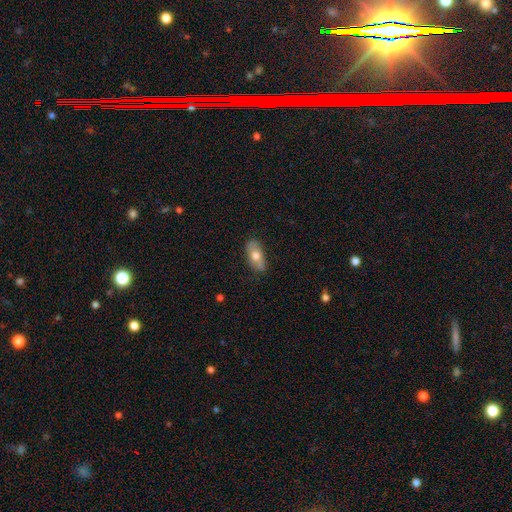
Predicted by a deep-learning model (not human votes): This appears to be a smooth galaxy with no disk features (66%) that is in between round and cigar-shaped (86%). Merging: none (80%).